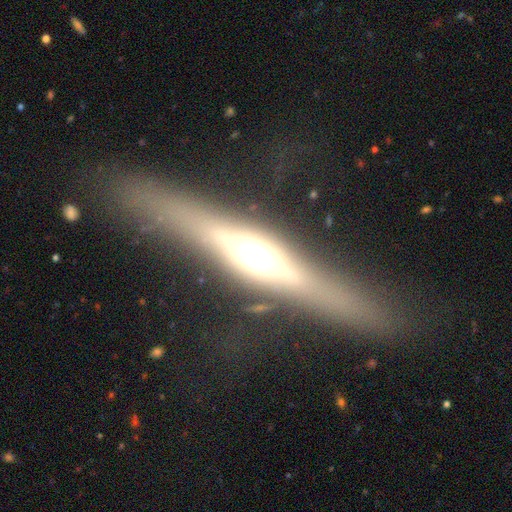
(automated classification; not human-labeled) This appears to be a featured or disk galaxy (73%) viewed edge-on (93%) with a rounded central bulge (84%). Merging: none (82%).